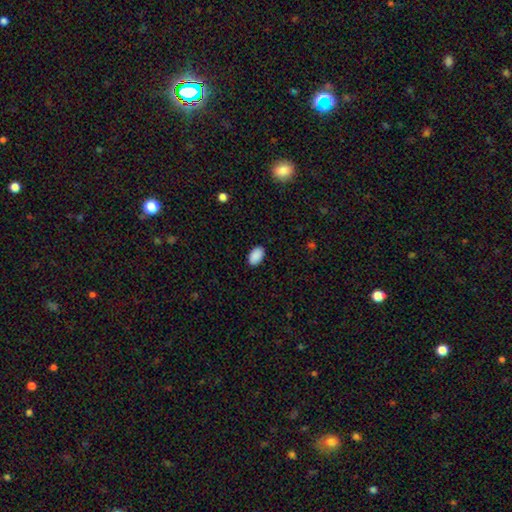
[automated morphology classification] smooth 90%, star or artifact 7%, featured or disk 3%. Down the decision tree: how rounded — in between (93%); merging — none (88%).